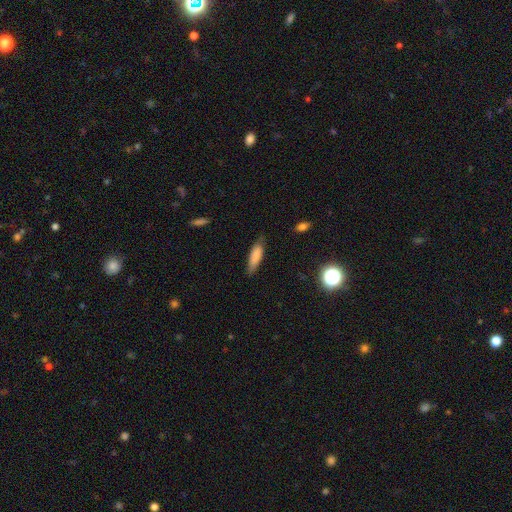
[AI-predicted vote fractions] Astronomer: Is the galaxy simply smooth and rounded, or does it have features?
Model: smooth — 80%.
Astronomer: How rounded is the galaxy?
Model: cigar-shaped — 59% (runner-up: in between, 39%).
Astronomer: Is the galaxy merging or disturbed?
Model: none — 75%.